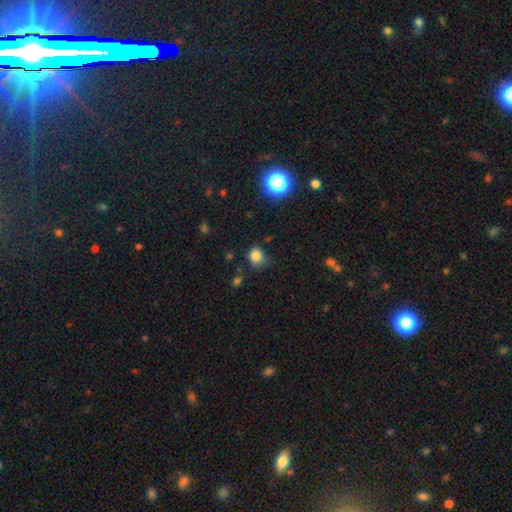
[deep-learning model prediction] Smooth or featured?
  - smooth: 81% *
  - star or artifact: 13%
  - featured or disk: 5%
How rounded?
  - round: 69% *
  - in between: 30%
  - cigar-shaped: 1%
Merging?
  - none: 63% *
  - minor disturbance: 27%
  - major disturbance: 7%
  - merger: 3%